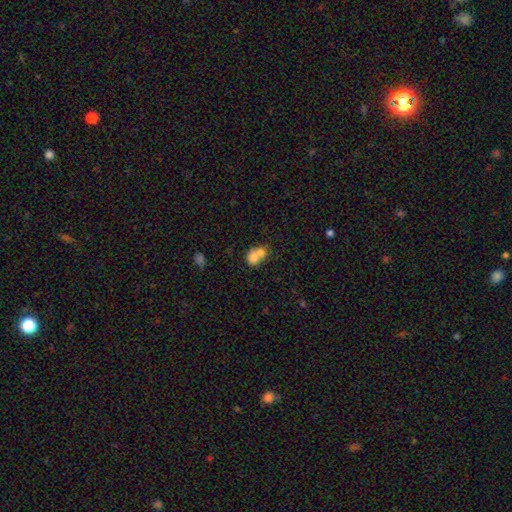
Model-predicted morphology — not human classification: smooth 75%, featured or disk 16%, star or artifact 9%. Down the decision tree: how rounded — round (58%); merging — merger (68%).